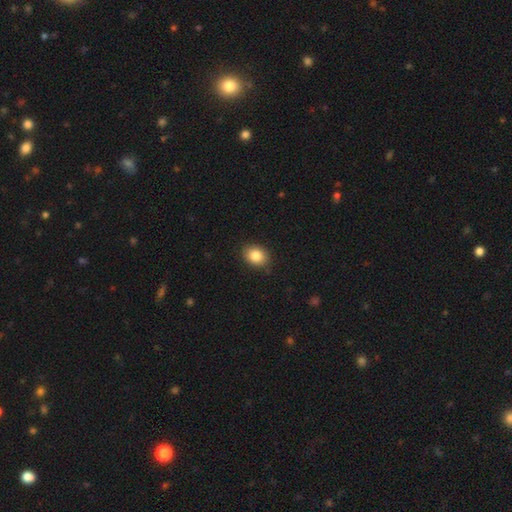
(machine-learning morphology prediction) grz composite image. It shows a smooth galaxy with no disk features (85%) that is in between round and cigar-shaped (59%). Merging: none (88%).